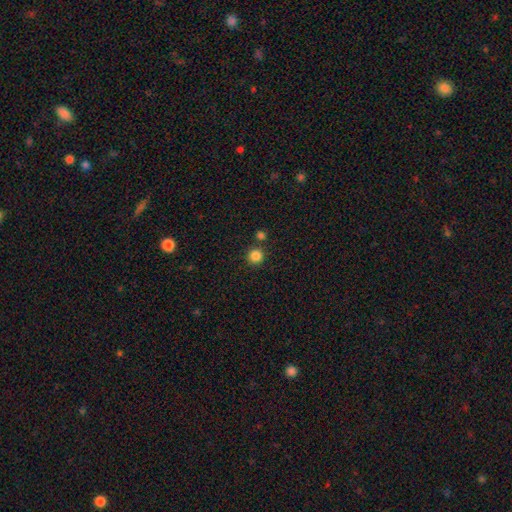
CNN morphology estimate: This appears to be a smooth galaxy with no disk features (84%) that is round (95%). Merging: none (82%).